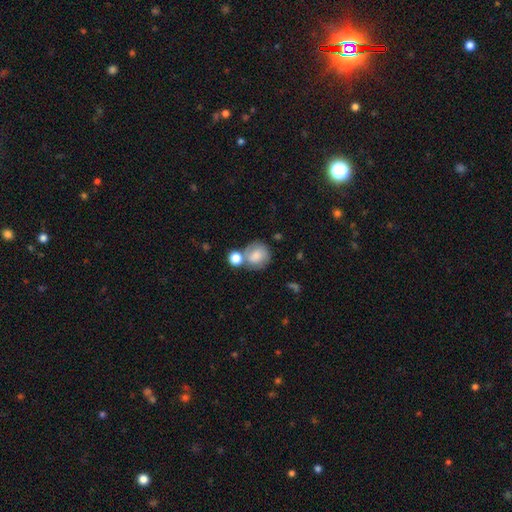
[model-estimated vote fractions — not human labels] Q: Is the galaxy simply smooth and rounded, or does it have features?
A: smooth — 72%.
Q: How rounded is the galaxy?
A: round — 79%.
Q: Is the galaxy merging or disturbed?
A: none — 46%.